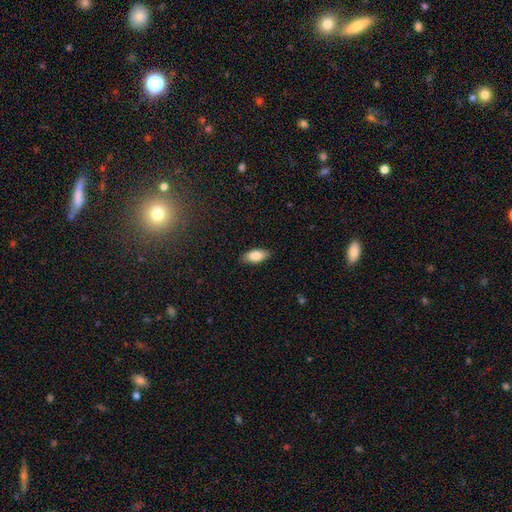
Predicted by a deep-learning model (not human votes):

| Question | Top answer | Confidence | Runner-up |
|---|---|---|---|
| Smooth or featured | smooth | 85% | featured or disk (8%) |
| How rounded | in between | 90% | cigar-shaped (7%) |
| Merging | none | 85% | minor disturbance (11%) |